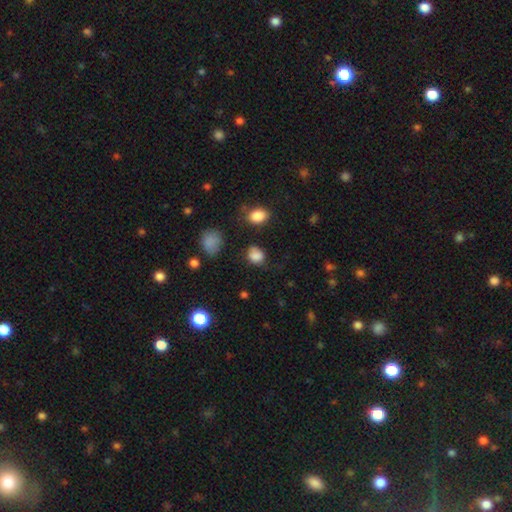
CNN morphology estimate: smooth_or_featured: smooth (p=0.83) [alt: star or artifact p=0.12]
how_rounded: round (p=0.62) [alt: in between p=0.37]
merging: none (p=0.64) [alt: minor disturbance p=0.23]